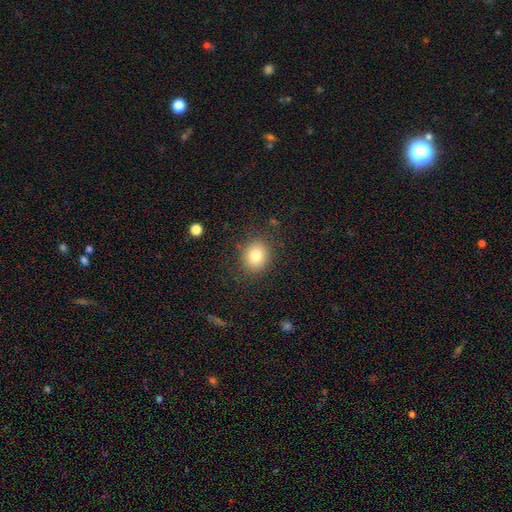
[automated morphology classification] smooth 81%, star or artifact 10%, featured or disk 9%. Down the decision tree: how rounded — round (68%); merging — none (86%).